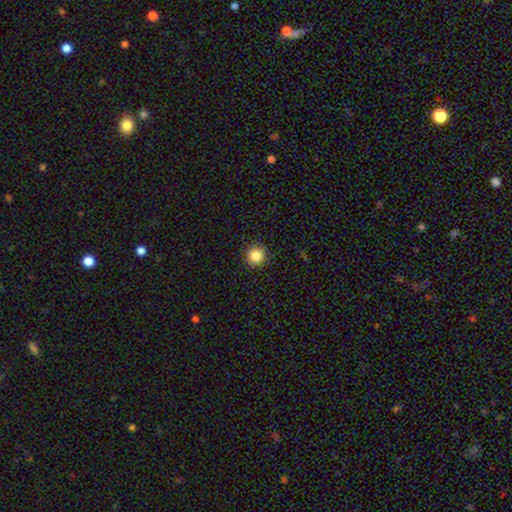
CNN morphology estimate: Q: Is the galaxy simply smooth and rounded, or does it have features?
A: smooth — 84%.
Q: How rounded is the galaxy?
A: round — 95%.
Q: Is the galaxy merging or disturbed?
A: none — 92%.